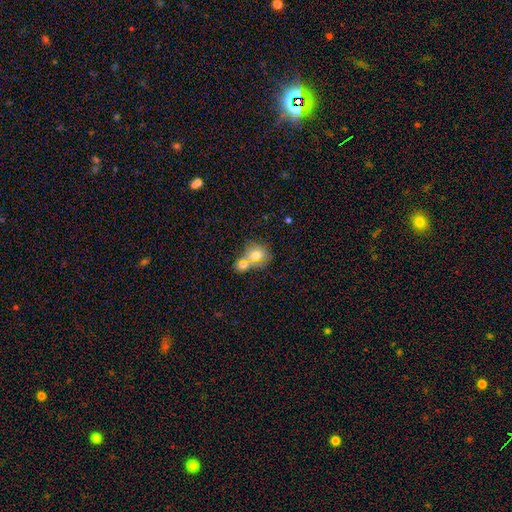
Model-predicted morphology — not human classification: Smooth or featured: smooth — 72% (featured or disk — 17%)
How rounded: round — 64% (in between — 34%)
Merging: merger — 47% (none — 37%)